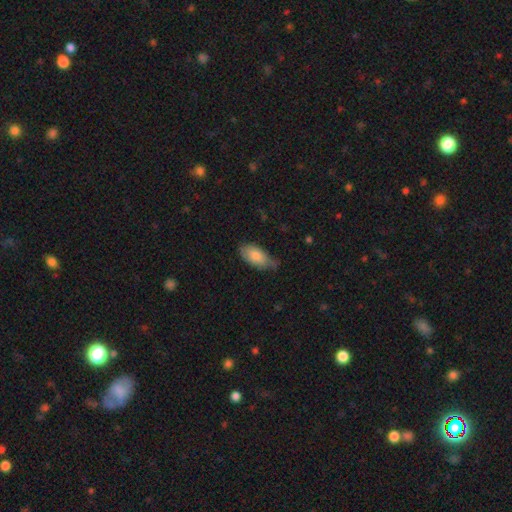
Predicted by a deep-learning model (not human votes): Smooth or featured? Predicted: smooth (p=0.79). How rounded? Predicted: in between (p=0.92). Merging? Predicted: none (p=0.53).